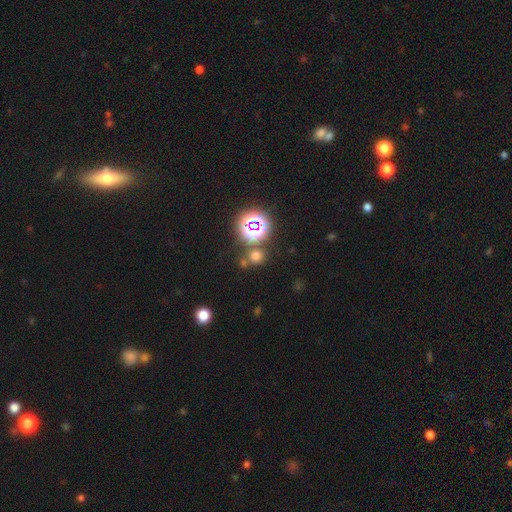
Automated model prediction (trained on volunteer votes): This appears to be a smooth galaxy with no disk features (59%) that is round (85%). Merging: none (74%).